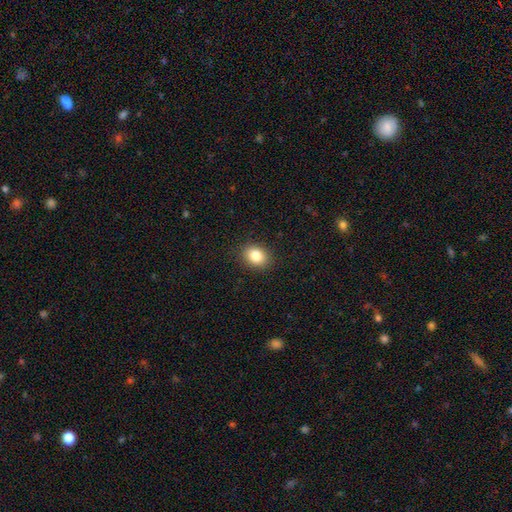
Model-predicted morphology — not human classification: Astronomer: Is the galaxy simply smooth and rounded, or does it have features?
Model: smooth — 84%.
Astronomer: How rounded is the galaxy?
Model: in between — 53% (runner-up: round, 46%).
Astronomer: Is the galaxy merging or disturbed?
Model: none — 90%.